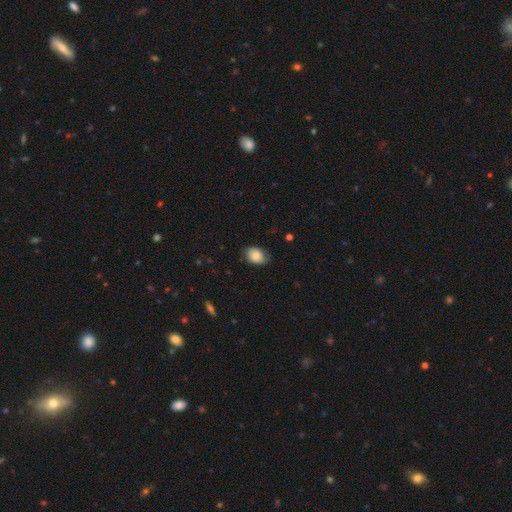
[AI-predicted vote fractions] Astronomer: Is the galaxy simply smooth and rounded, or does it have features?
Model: smooth — 80%.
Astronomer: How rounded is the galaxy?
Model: in between — 71%.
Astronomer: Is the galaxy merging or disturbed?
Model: none — 74%.